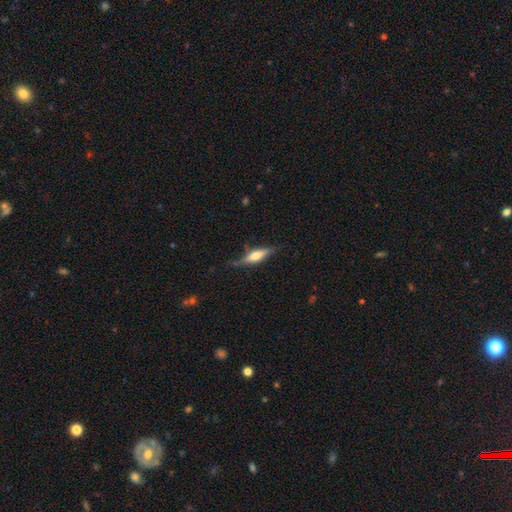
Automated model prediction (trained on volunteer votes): smooth_or_featured: featured or disk (p=0.49) [alt: smooth p=0.44]
merging: none (p=0.73) [alt: minor disturbance p=0.20]